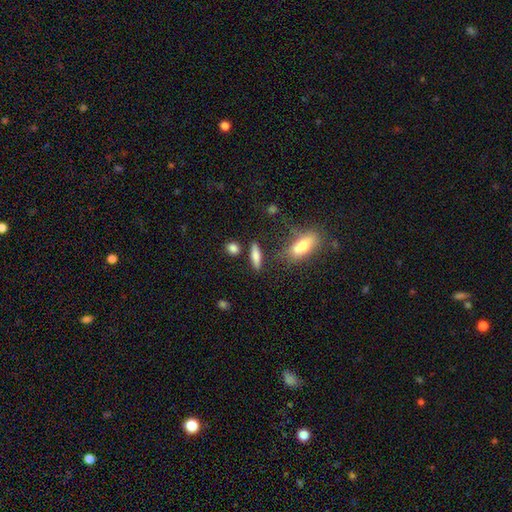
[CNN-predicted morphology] Smooth or featured: smooth — 71% (featured or disk — 21%)
How rounded: cigar-shaped — 61% (in between — 34%)
Merging: none — 74% (minor disturbance — 13%)